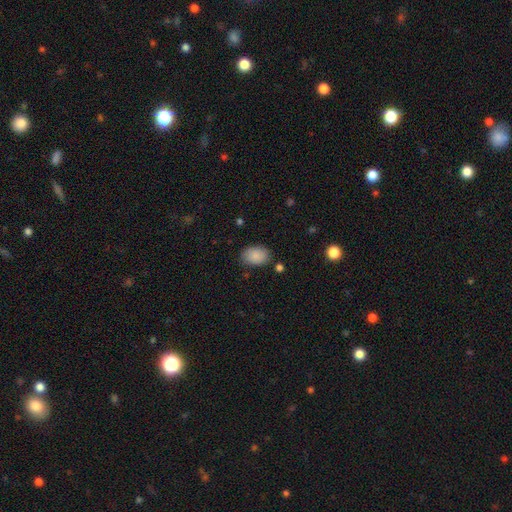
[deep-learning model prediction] Smooth or featured?
  - smooth: 88% *
  - star or artifact: 7%
  - featured or disk: 5%
How rounded?
  - in between: 84% *
  - round: 15%
  - cigar-shaped: 1%
Merging?
  - none: 81% *
  - minor disturbance: 14%
  - major disturbance: 3%
  - merger: 2%